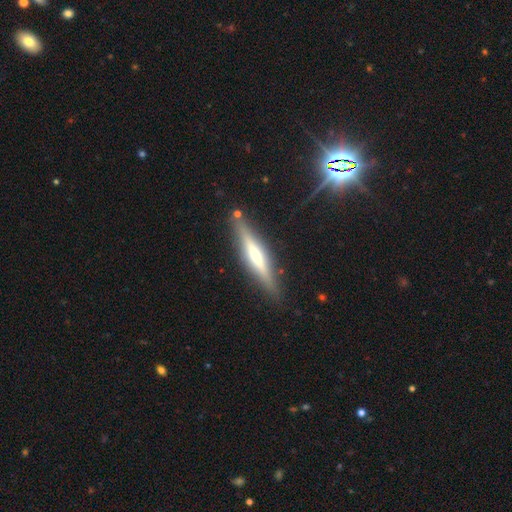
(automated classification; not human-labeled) A featured or disk galaxy (63%) viewed edge-on (94%) with a rounded central bulge (68%).

Vote fractions:
- Smooth or featured? featured or disk: 63% / smooth: 31% / star or artifact: 6%
- Edge-on disk? yes: 94% / no: 6%
- Edge-on bulge? rounded: 68% / none: 19% / boxy: 13%
- Merging? none: 86% / minor disturbance: 10% / major disturbance: 2% / merger: 2%